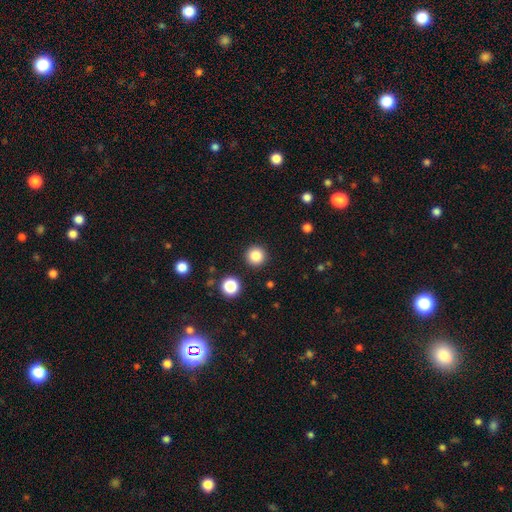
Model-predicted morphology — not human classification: Q: Smooth or featured?
A: smooth (85%); runner-up: star or artifact (11%)
Q: How rounded?
A: round (96%); runner-up: in between (3%)
Q: Merging?
A: none (92%); runner-up: minor disturbance (5%)